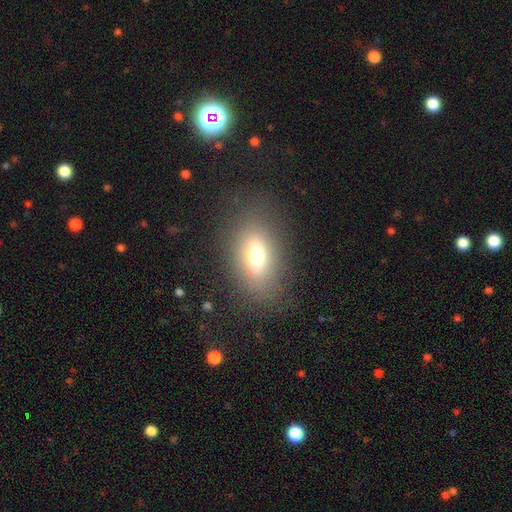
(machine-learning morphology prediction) Overall: smooth (66%). How rounded: in between (80%). Merging: none (80%).